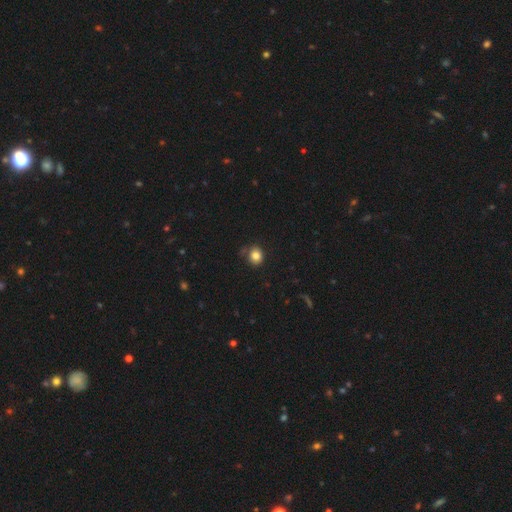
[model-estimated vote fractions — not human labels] Smooth or featured? smooth (82%)
How rounded? round (77%)
Merging? none (78%)